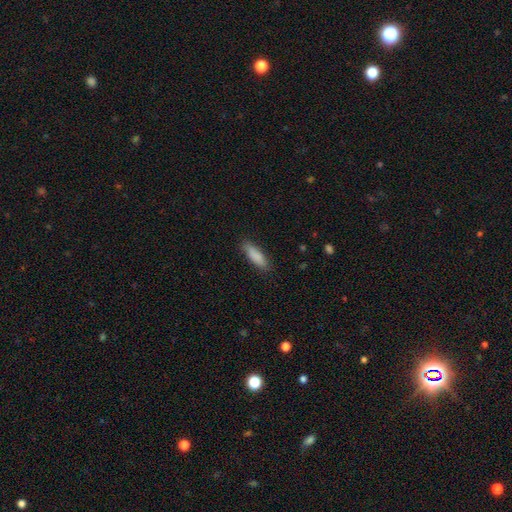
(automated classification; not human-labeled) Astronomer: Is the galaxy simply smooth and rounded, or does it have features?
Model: smooth — 87%.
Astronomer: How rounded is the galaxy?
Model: cigar-shaped — 52% (runner-up: in between, 46%).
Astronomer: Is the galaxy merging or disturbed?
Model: none — 84%.